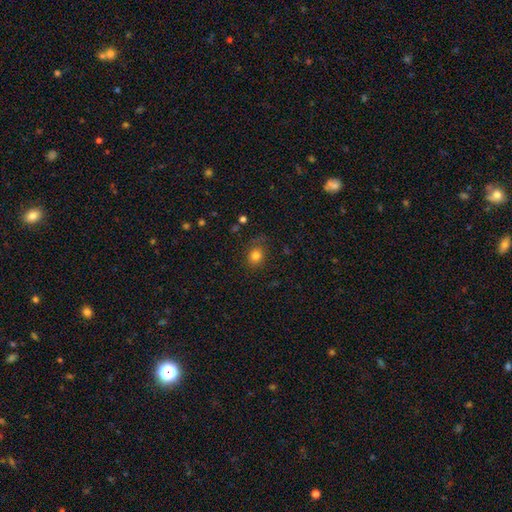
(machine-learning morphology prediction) A smooth galaxy with no disk features (80%) that is round (70%). Merging: none (76%).